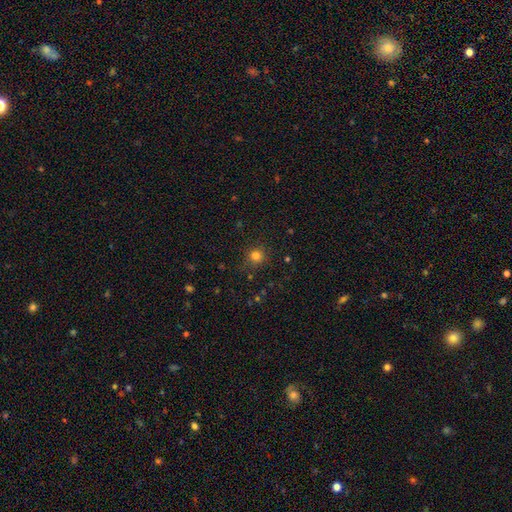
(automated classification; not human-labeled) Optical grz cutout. It shows a smooth galaxy with no disk features (79%) that is round (91%). Merging: none (84%).